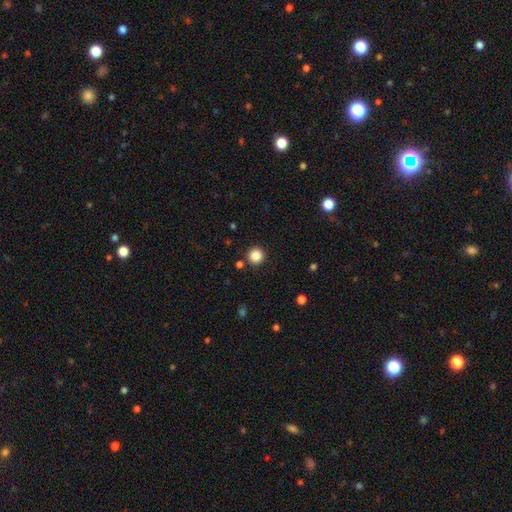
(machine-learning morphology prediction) type=smooth (86%); roundness=round (95%); merging=none (90%).